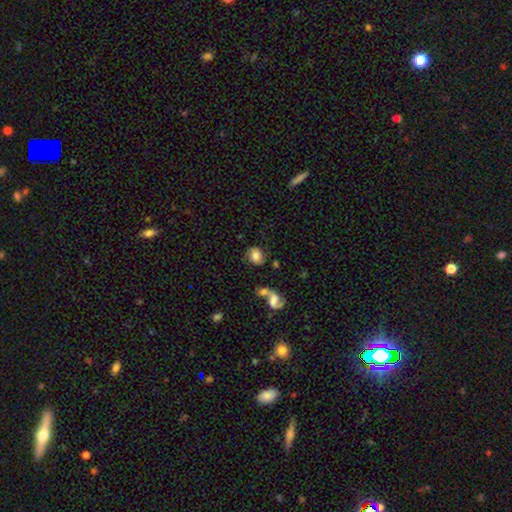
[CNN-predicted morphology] The model was most divided on "how rounded": round: 62%, in between: 36%, cigar-shaped: 1%. More confident: merging — none (66%); smooth or featured — smooth (60%).